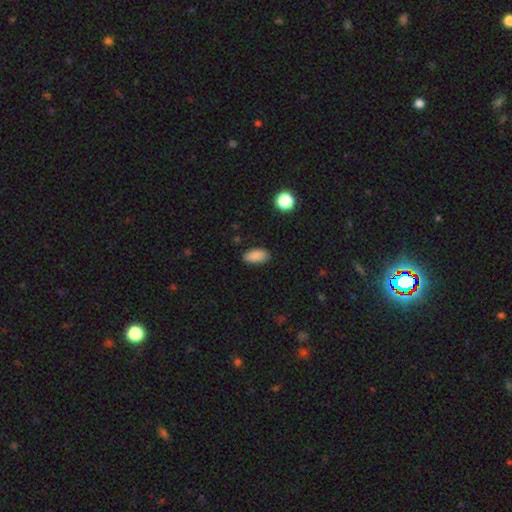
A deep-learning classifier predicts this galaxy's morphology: This appears to be a smooth galaxy with no disk features (88%) that is in between round and cigar-shaped (92%). Merging: none (85%).